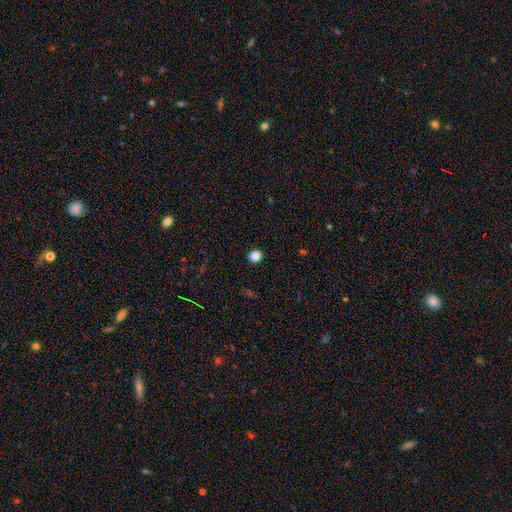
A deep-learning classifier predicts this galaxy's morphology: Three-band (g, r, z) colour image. It shows a smooth galaxy with no disk features (84%) that is round (86%). Merging: none (92%).